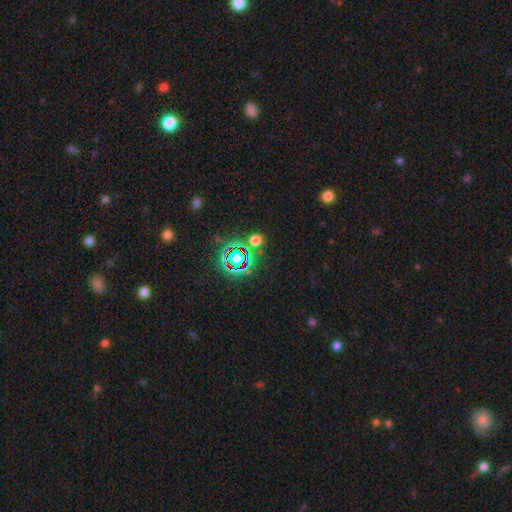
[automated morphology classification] Overall: star or artifact (73%).